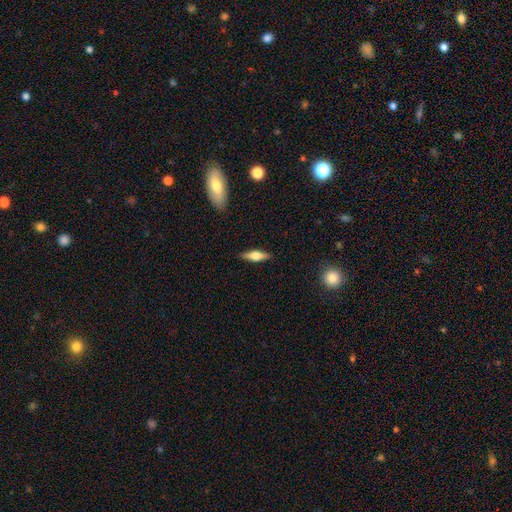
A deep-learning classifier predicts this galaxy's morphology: Smooth or featured?
  - featured or disk: 52% *
  - smooth: 42%
  - star or artifact: 6%
Edge-on disk?
  - yes: 94% *
  - no: 6%
Merging?
  - none: 89% *
  - minor disturbance: 8%
  - major disturbance: 2%
  - merger: 1%